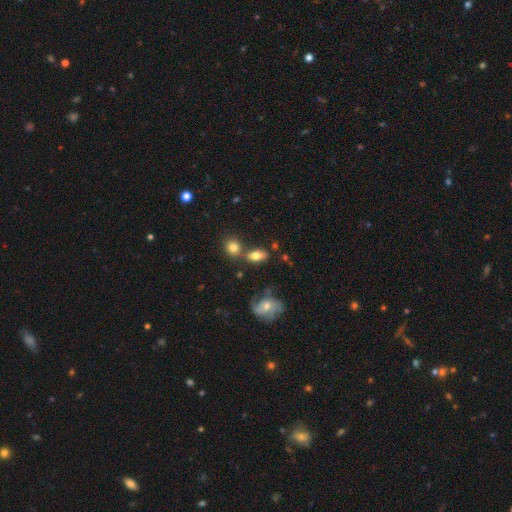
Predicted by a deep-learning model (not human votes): Smooth or featured: smooth — 71% (featured or disk — 19%)
How rounded: in between — 81% (round — 11%)
Merging: none — 59% (merger — 21%)